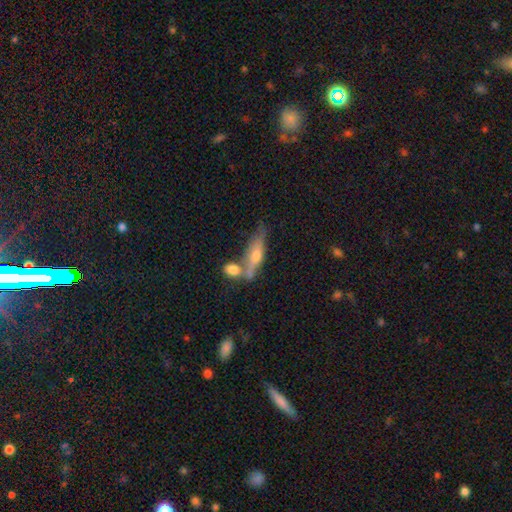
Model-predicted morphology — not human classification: smooth 50%, featured or disk 42%, star or artifact 7%. Down the decision tree: how rounded — cigar-shaped (64%); merging — none (46%).